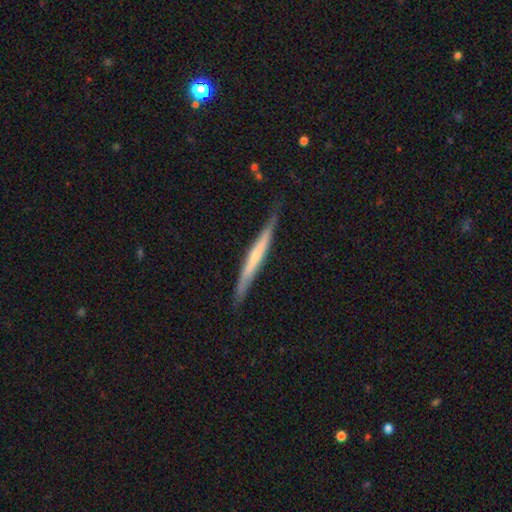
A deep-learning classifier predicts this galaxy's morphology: smooth_or_featured: featured or disk (p=0.56) [alt: smooth p=0.39]
disk_edge_on: yes (p=0.96) [alt: no p=0.04]
edge_on_bulge: none (p=0.64) [alt: rounded p=0.29]
merging: none (p=0.83) [alt: minor disturbance p=0.13]